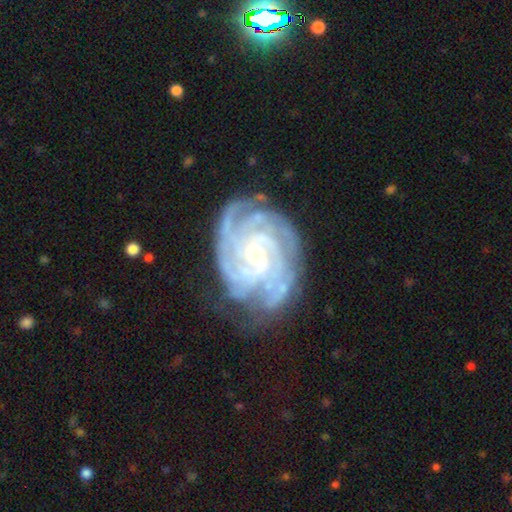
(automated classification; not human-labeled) Q: Smooth or featured?
A: featured or disk (91%); runner-up: star or artifact (5%)
Q: Edge-on disk?
A: no (98%); runner-up: yes (2%)
Q: Bar?
A: no (64%); runner-up: weak (27%)
Q: Spiral arms?
A: yes (98%); runner-up: no (2%)
Q: Spiral winding?
A: tight (77%); runner-up: medium (20%)
Q: Spiral arm count?
A: 4 (31%); runner-up: 3 (21%)
Q: Bulge size?
A: small (74%); runner-up: moderate (23%)
Q: Merging?
A: none (71%); runner-up: minor disturbance (20%)